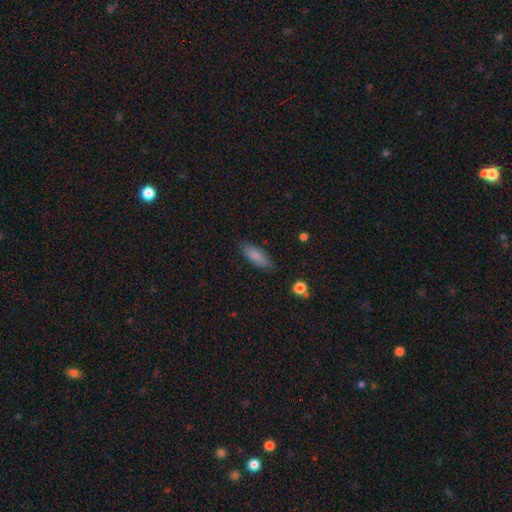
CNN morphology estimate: smooth 84%, featured or disk 9%, star or artifact 7%. Down the decision tree: how rounded — in between (65%); merging — none (82%).